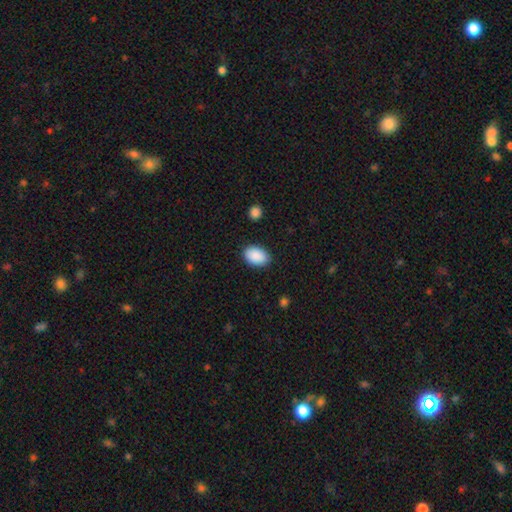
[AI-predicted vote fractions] This is clearly a smooth galaxy (91%). How rounded: clearly in between (89%). Merging: clearly none (88%).